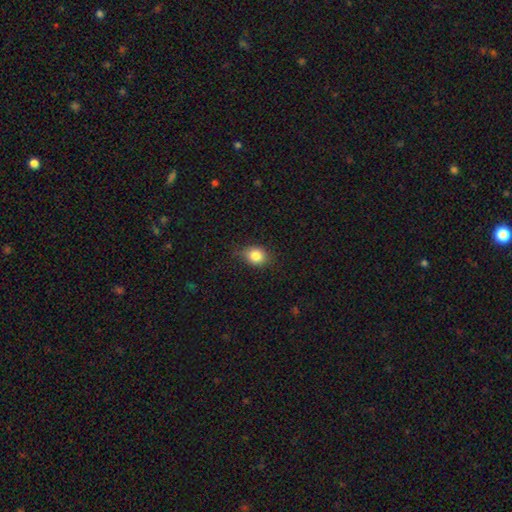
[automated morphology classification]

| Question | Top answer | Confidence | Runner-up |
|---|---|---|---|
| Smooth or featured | smooth | 83% | star or artifact (10%) |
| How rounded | round | 59% | in between (40%) |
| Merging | none | 76% | minor disturbance (19%) |